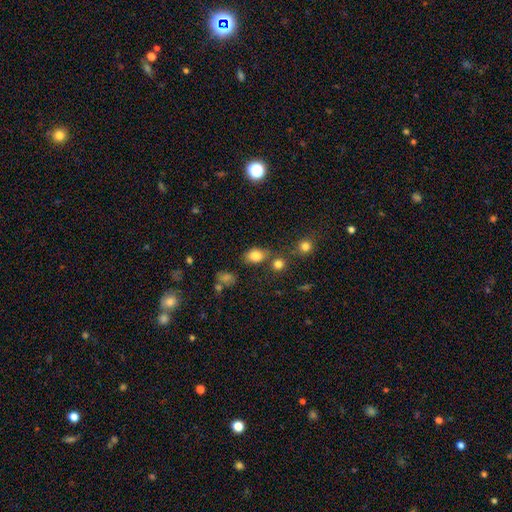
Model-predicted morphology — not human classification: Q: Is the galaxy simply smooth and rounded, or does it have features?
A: smooth — 81%.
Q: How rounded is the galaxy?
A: in between — 69%.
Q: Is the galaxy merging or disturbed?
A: none — 67%.